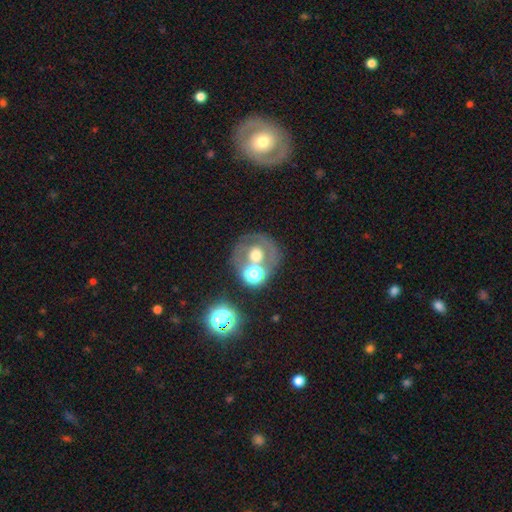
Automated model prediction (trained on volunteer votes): A smooth galaxy with no disk features (44%).

Vote fractions:
- Smooth or featured? smooth: 44% / featured or disk: 37% / star or artifact: 19%
- Merging? none: 57% / merger: 23% / minor disturbance: 12% / major disturbance: 9%